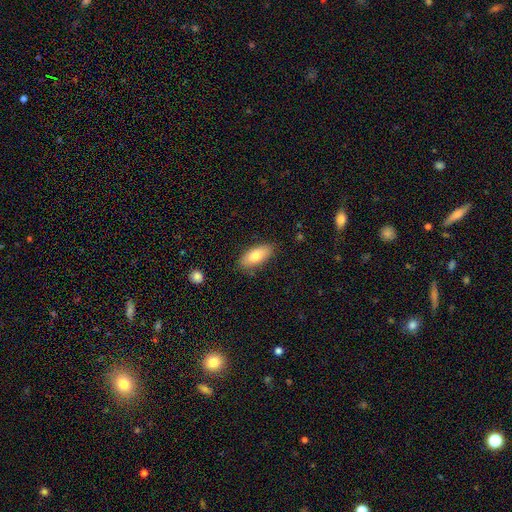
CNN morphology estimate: Overall: smooth (78%). How rounded: in between (85%). Merging: none (82%).